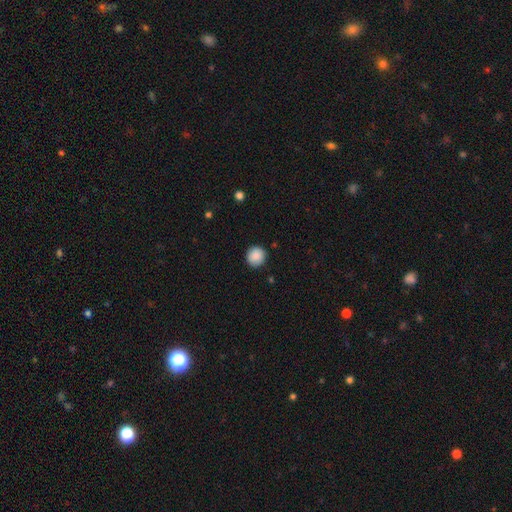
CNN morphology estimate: A smooth galaxy with no disk features (88%) that is round (92%). Merging: none (89%).